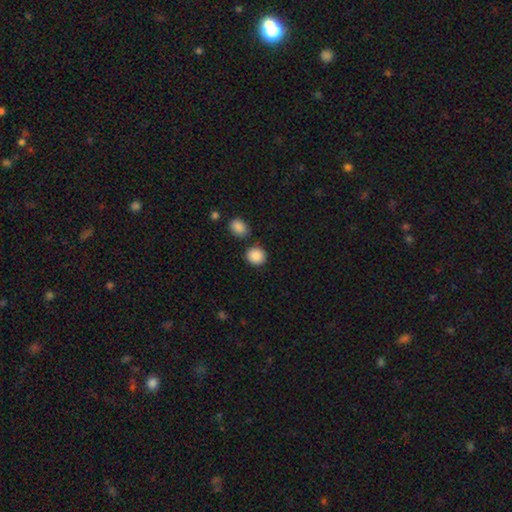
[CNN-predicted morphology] This appears to be a smooth galaxy with no disk features (88%) that is round (85%). Merging: none (81%).